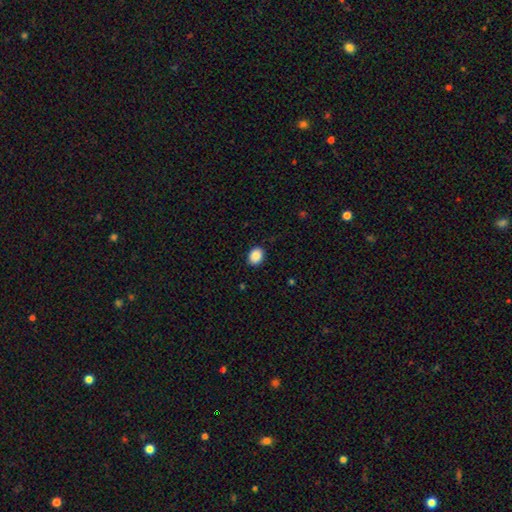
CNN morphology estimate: type=smooth (89%); roundness=round (51%); merging=none (90%).